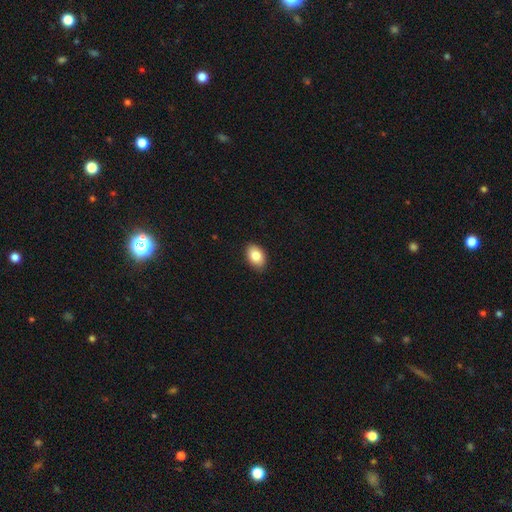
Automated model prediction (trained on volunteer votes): Q: Smooth or featured?
A: smooth (84%); runner-up: featured or disk (8%)
Q: How rounded?
A: in between (88%); runner-up: round (11%)
Q: Merging?
A: none (89%); runner-up: minor disturbance (9%)